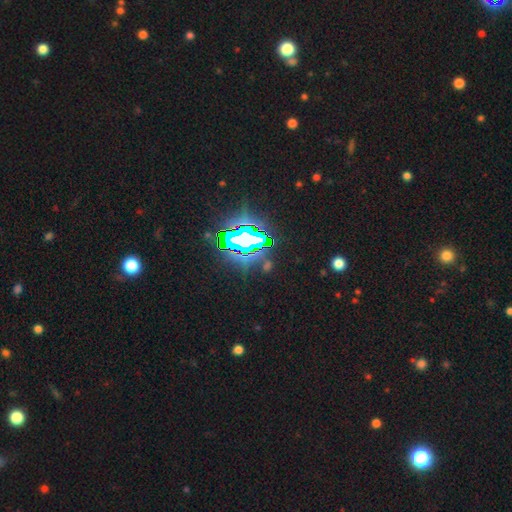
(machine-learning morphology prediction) type=star or artifact (84%).